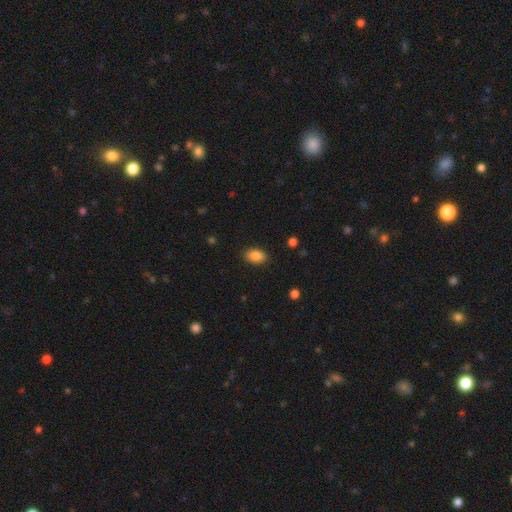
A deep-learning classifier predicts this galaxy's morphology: smooth-or-featured: smooth: 88% | star or artifact: 8% | featured or disk: 4%
  how-rounded: in between: 89% | round: 9% | cigar-shaped: 1%
  merging: none: 87% | minor disturbance: 9% | major disturbance: 3% | merger: 1%